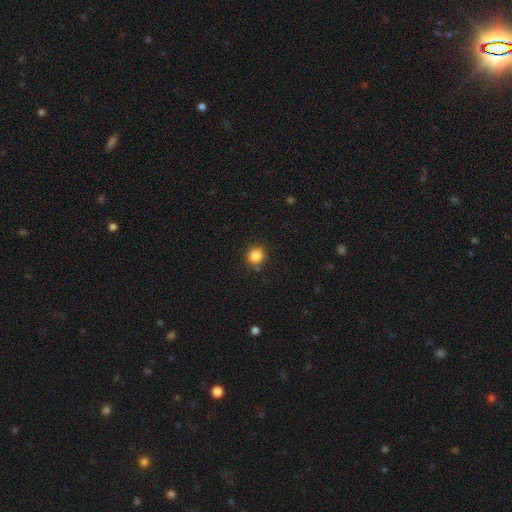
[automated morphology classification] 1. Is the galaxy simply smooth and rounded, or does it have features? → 84% smooth, 11% star or artifact, 4% featured or disk.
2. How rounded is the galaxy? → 87% round, 12% in between, 1% cigar-shaped.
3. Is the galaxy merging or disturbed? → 83% none, 11% minor disturbance, 3% merger, 3% major disturbance.